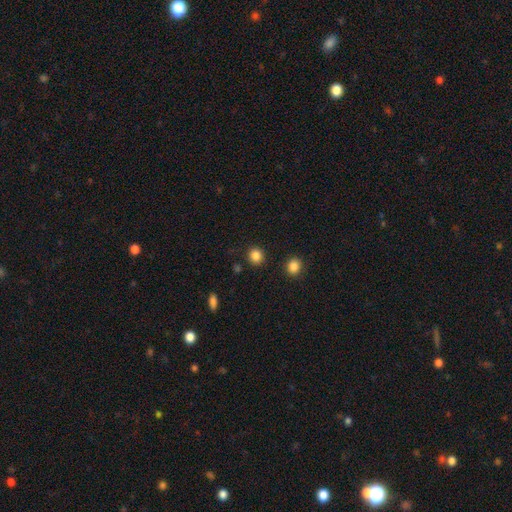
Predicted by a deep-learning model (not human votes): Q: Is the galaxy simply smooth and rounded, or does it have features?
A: smooth — 86%.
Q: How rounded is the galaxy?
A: round — 87%.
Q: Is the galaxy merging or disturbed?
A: none — 90%.